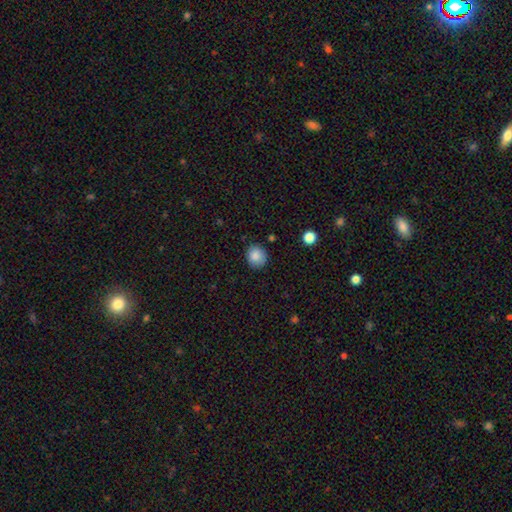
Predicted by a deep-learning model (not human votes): Q: Smooth or featured?
A: smooth (86%); runner-up: star or artifact (9%)
Q: How rounded?
A: round (78%); runner-up: in between (21%)
Q: Merging?
A: none (86%); runner-up: minor disturbance (10%)